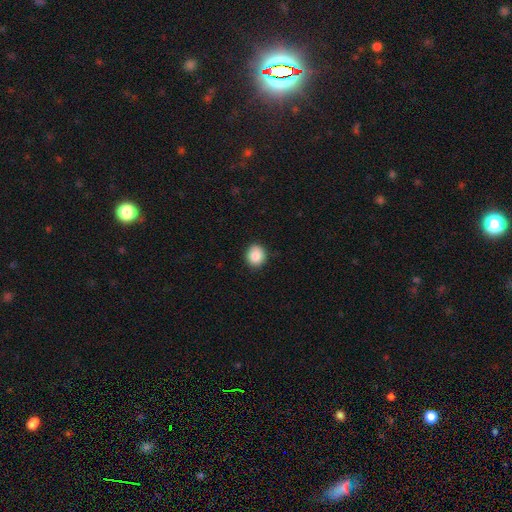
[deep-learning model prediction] smooth-or-featured: smooth: 87% | star or artifact: 9% | featured or disk: 4%
  how-rounded: round: 79% | in between: 20% | cigar-shaped: 1%
  merging: none: 88% | minor disturbance: 9% | major disturbance: 2% | merger: 1%